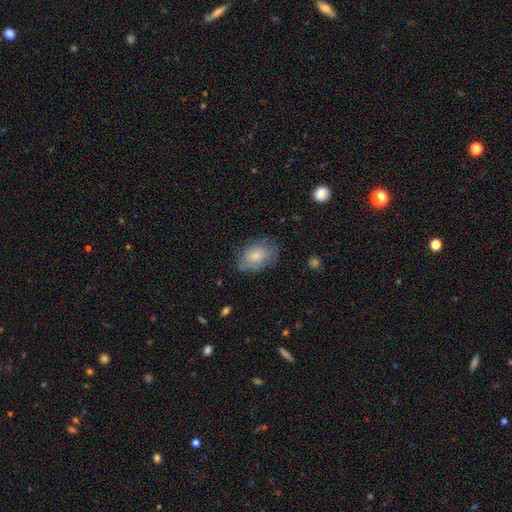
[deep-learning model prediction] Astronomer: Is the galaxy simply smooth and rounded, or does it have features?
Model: smooth — 69%.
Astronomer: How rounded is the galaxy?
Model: in between — 85%.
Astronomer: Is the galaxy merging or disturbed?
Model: none — 67%.